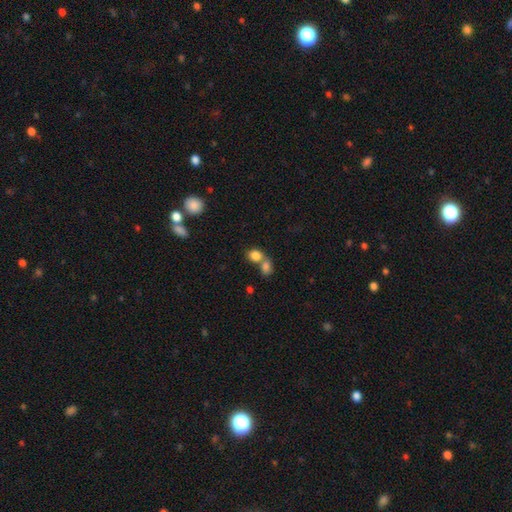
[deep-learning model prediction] smooth_or_featured: smooth (p=0.82) [alt: star or artifact p=0.10]
how_rounded: round (p=0.54) [alt: in between p=0.45]
merging: merger (p=0.59) [alt: none p=0.30]